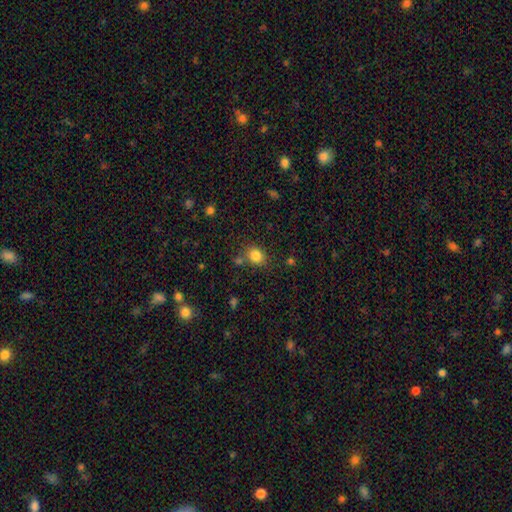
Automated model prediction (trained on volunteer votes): smooth_or_featured: smooth (p=0.83) [alt: star or artifact p=0.11]
how_rounded: round (p=0.61) [alt: in between p=0.38]
merging: none (p=0.72) [alt: minor disturbance p=0.13]